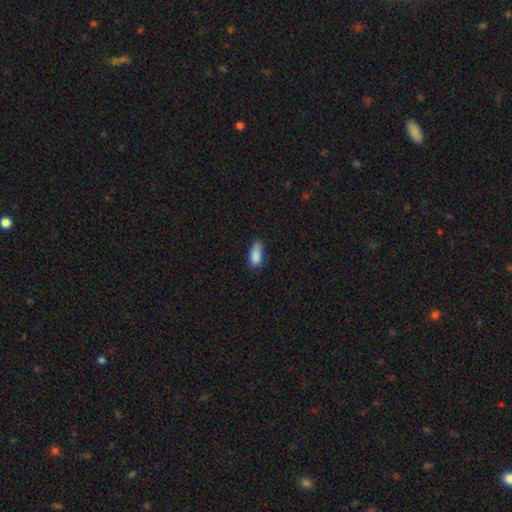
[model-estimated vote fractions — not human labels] This appears to be a smooth galaxy with no disk features (86%) that is in between round and cigar-shaped (78%). Merging: none (53%).